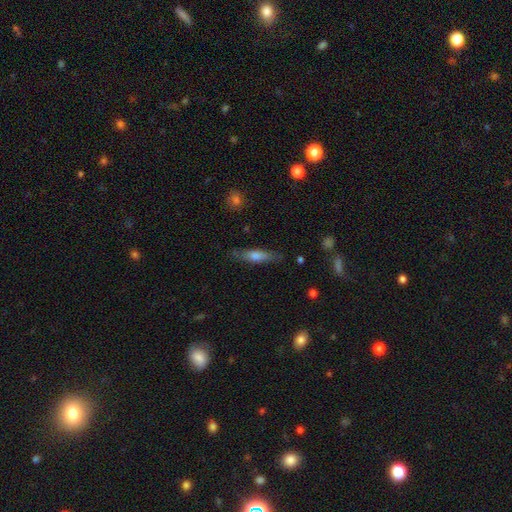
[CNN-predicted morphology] smooth_or_featured: smooth (p=0.59) [alt: featured or disk p=0.35]
how_rounded: cigar-shaped (p=0.71) [alt: in between p=0.26]
merging: none (p=0.80) [alt: minor disturbance p=0.15]